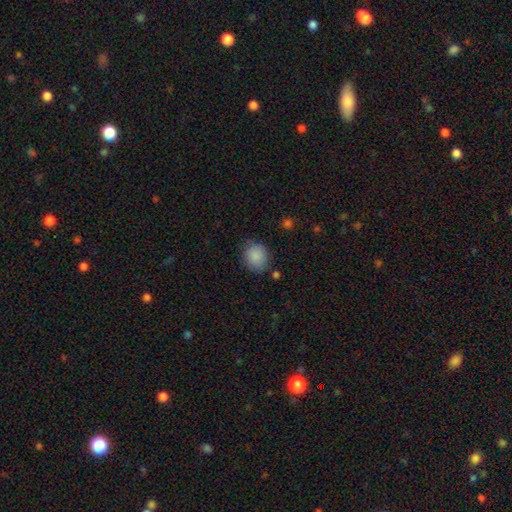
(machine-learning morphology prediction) smooth-or-featured: smooth: 87% | star or artifact: 8% | featured or disk: 5%
  how-rounded: round: 72% | in between: 27% | cigar-shaped: 1%
  merging: none: 75% | minor disturbance: 18% | major disturbance: 4% | merger: 3%